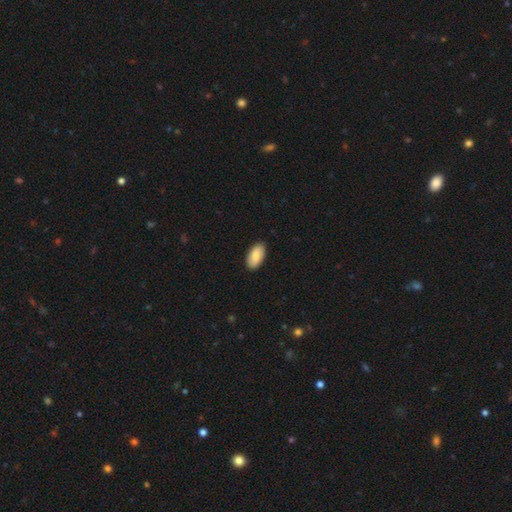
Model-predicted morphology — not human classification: A smooth galaxy with no disk features (83%) that is in between round and cigar-shaped (95%). Merging: none (89%).